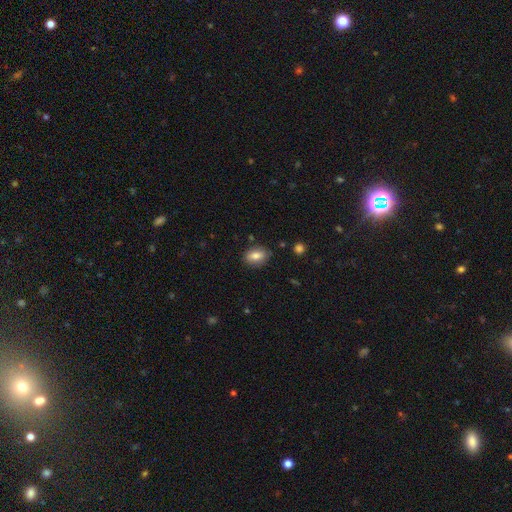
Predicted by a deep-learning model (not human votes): Smooth or featured? Predicted: smooth (p=0.81). How rounded? Predicted: in between (p=0.81). Merging? Predicted: none (p=0.81).